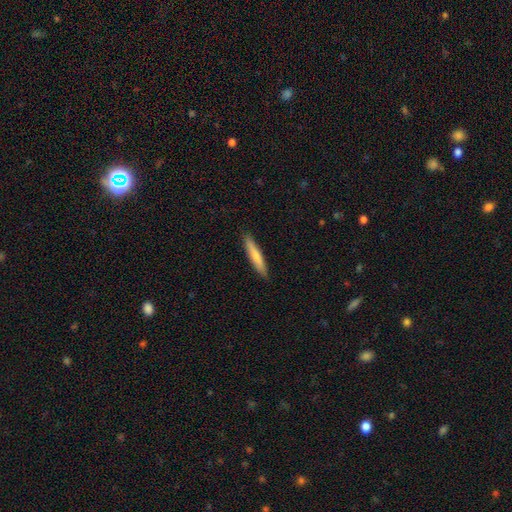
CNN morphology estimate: This appears to be a smooth galaxy with no disk features (73%) that is cigar-shaped (90%). Merging: none (89%).